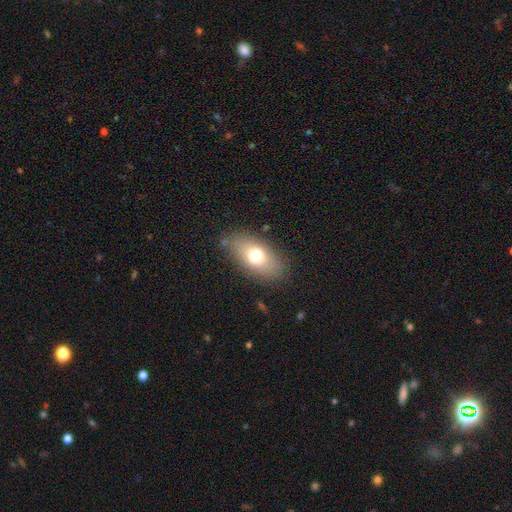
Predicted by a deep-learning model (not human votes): A smooth galaxy with no disk features (71%) that is in between round and cigar-shaped (87%). Merging: none (80%).